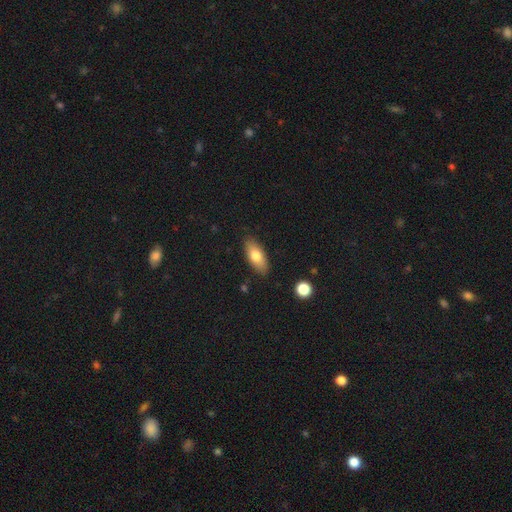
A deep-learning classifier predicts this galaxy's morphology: This appears to be a smooth galaxy with no disk features (75%) that is in between round and cigar-shaped (83%). Merging: none (86%).